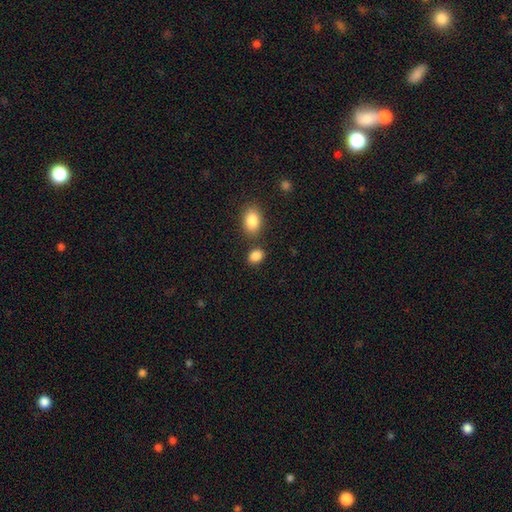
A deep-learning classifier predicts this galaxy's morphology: Smooth or featured?
  - smooth: 87% *
  - star or artifact: 9%
  - featured or disk: 4%
How rounded?
  - in between: 72% *
  - round: 27%
  - cigar-shaped: 1%
Merging?
  - none: 72% *
  - merger: 13%
  - minor disturbance: 12%
  - major disturbance: 3%